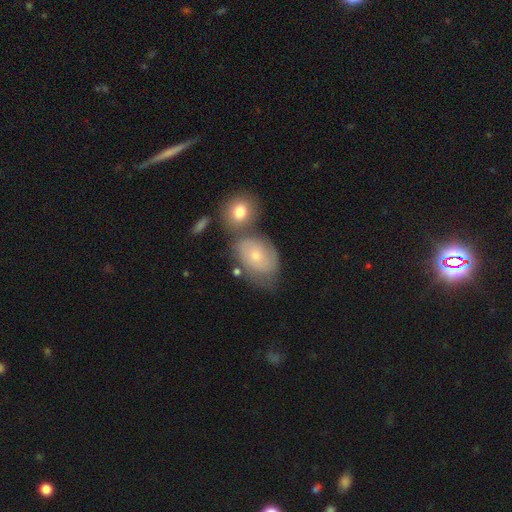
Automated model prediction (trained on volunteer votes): This is possibly a smooth galaxy (50%). How rounded: likely in between (75%). Merging: marginally none (42%).